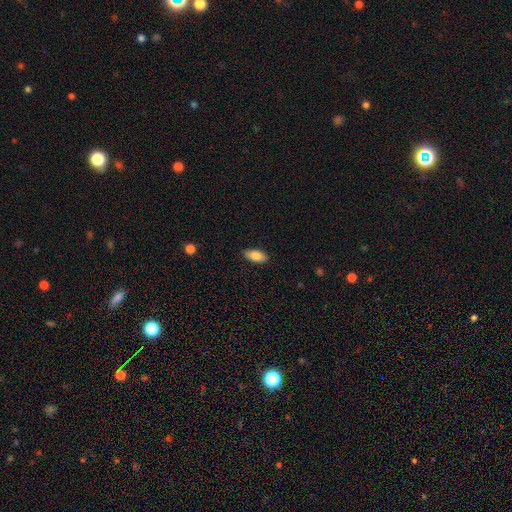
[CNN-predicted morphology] Smooth or featured? smooth (85%)
How rounded? in between (90%)
Merging? none (89%)